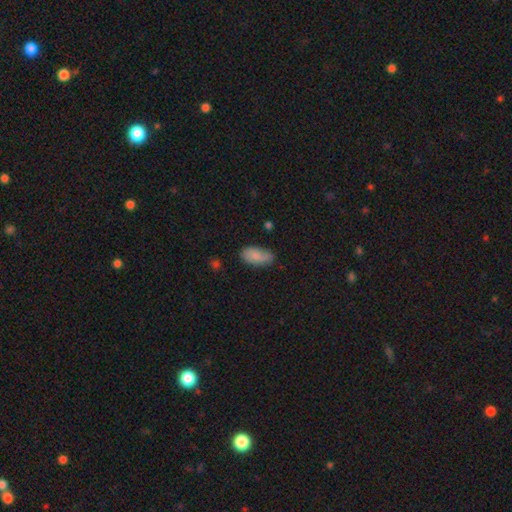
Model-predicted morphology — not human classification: Smooth or featured: smooth — 81% (featured or disk — 12%)
How rounded: in between — 93% (cigar-shaped — 5%)
Merging: none — 63% (minor disturbance — 28%)